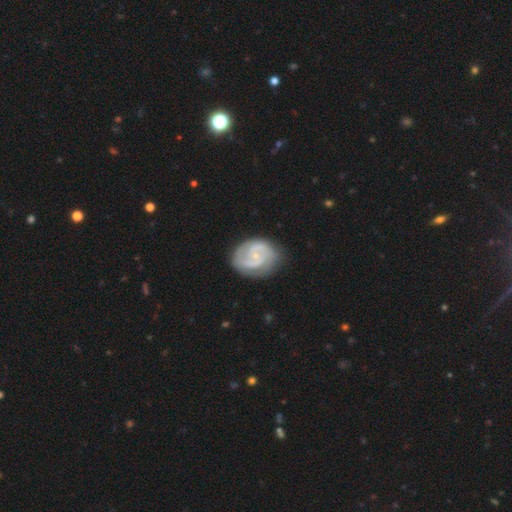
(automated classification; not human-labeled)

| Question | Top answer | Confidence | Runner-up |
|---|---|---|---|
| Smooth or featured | featured or disk | 85% | smooth (11%) |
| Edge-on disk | no | 98% | yes (2%) |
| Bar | no | 53% | weak (40%) |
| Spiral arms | yes | 96% | no (4%) |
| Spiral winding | medium | 44% | tied: tight (44%) |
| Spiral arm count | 2 | 76% | can't tell (9%) |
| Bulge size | small | 77% | moderate (15%) |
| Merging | none | 76% | minor disturbance (17%) |